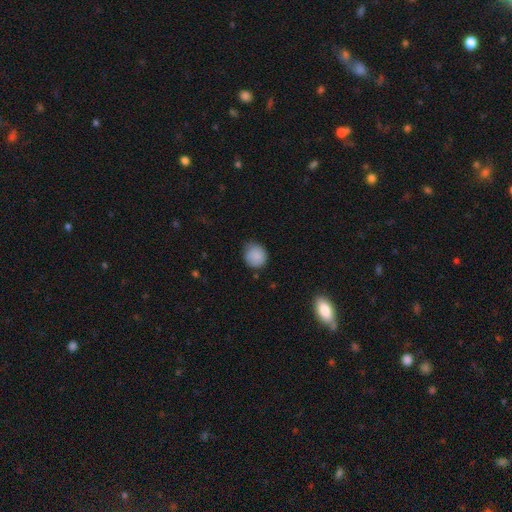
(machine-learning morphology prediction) smooth_or_featured: smooth (p=0.87) [alt: star or artifact p=0.07]
how_rounded: round (p=0.85) [alt: in between p=0.14]
merging: none (p=0.71) [alt: minor disturbance p=0.23]